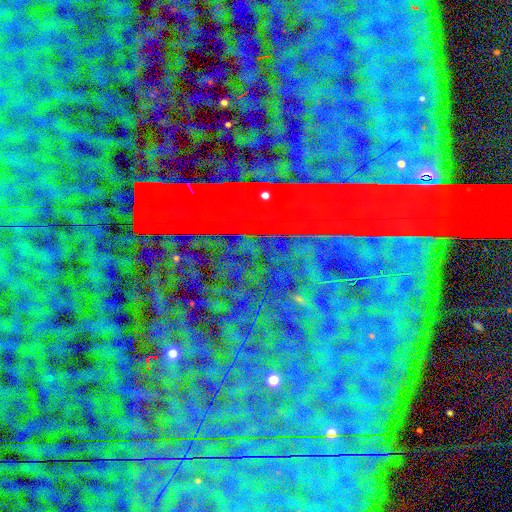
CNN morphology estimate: smooth-or-featured: star or artifact: 87% | featured or disk: 7% | smooth: 6%